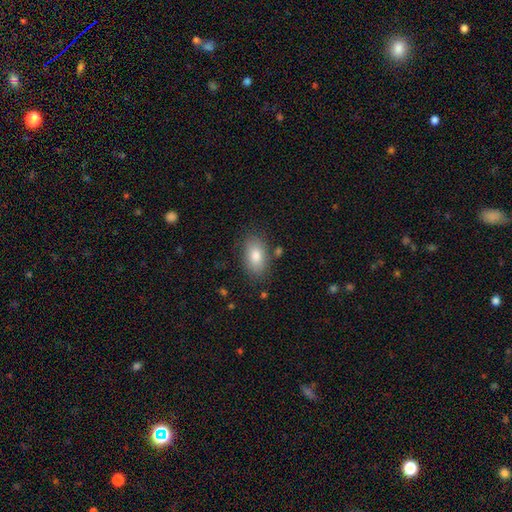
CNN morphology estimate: Overall: smooth (82%). How rounded: in between (91%). Merging: none (81%).